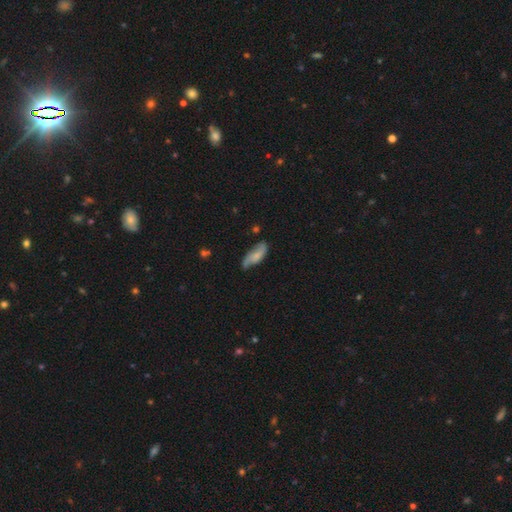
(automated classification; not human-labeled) A smooth galaxy with no disk features (51%) that is in between round and cigar-shaped (73%). Merging: none (57%).